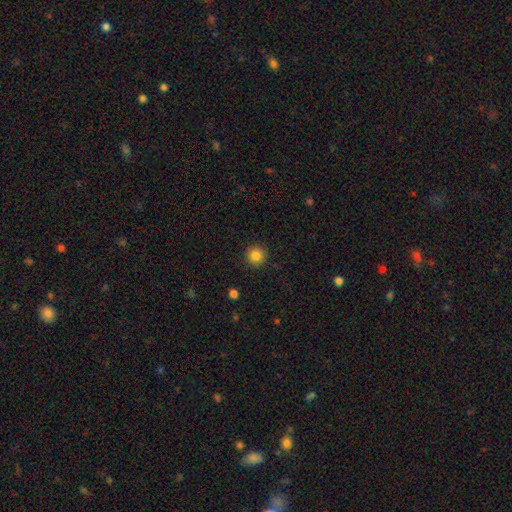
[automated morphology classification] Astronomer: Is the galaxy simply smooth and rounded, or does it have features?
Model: smooth — 85%.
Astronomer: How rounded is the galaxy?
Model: round — 95%.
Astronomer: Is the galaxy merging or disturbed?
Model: none — 92%.